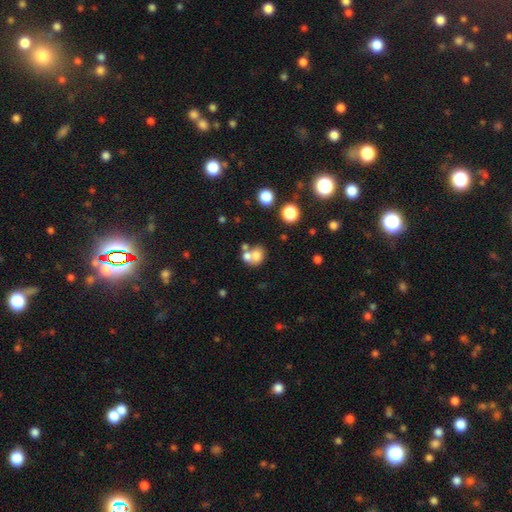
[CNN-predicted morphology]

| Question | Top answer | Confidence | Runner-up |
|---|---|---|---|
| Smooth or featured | smooth | 70% | featured or disk (17%) |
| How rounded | round | 57% | in between (42%) |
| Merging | merger | 54% | none (33%) |